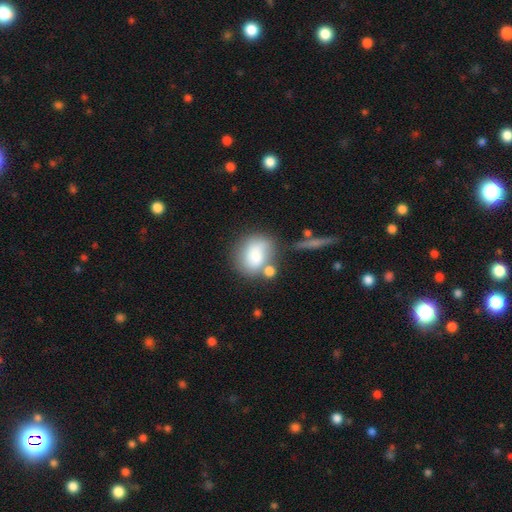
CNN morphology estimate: This is likely a smooth galaxy (72%). How rounded: possibly round (55%). Merging: marginally none (43%).